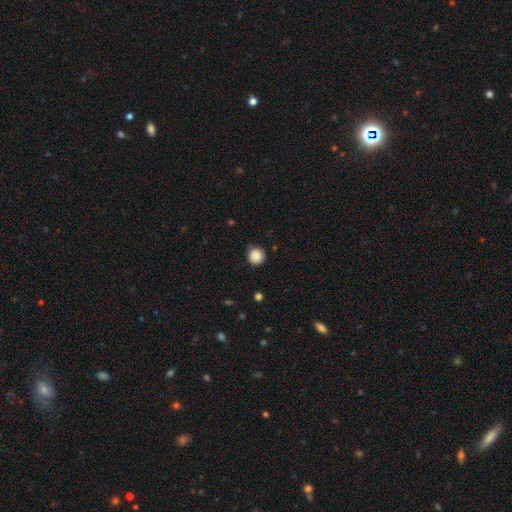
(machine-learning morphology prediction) Overall: smooth (87%). How rounded: round (94%). Merging: none (87%).